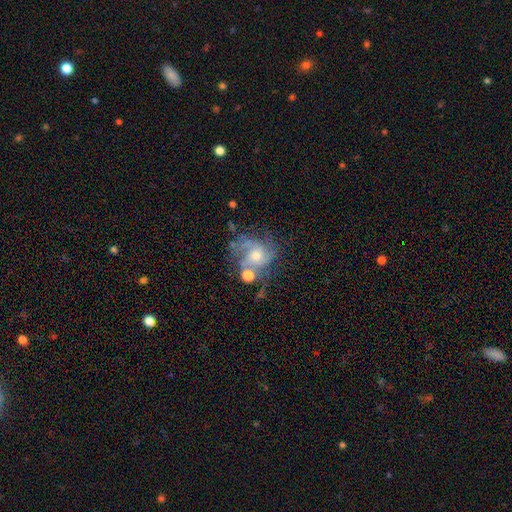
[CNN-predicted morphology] This is likely a featured or disk galaxy (72%). It is clearly not viewed edge-on (98%). Bar: likely no (73%). Spiral arm pattern: clearly yes (87%). Spiral arm count: marginally 3 (31%). Spiral winding: possibly medium (47%). Central bulge: possibly moderate (55%). Merging: possibly none (47%).